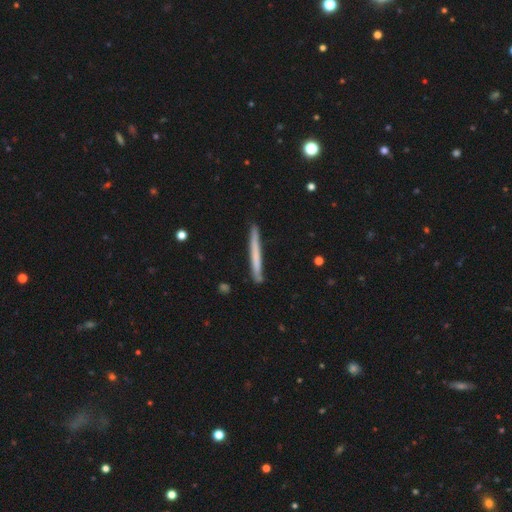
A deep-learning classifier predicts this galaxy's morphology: Smooth or featured? Predicted: smooth (p=0.59). How rounded? Predicted: cigar-shaped (p=0.97). Merging? Predicted: none (p=0.88).